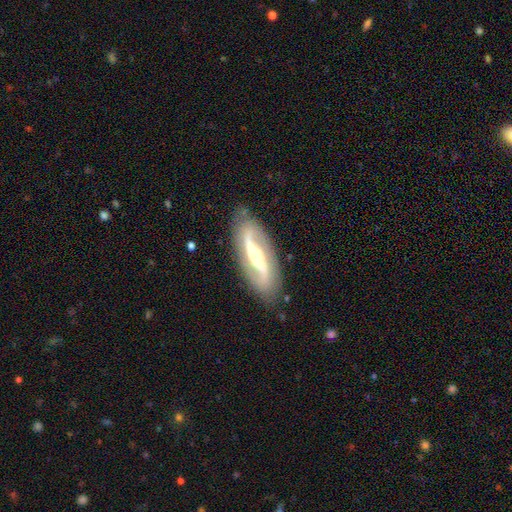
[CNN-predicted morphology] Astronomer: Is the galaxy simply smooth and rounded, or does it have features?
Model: featured or disk — 88%.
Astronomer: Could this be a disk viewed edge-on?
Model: no — 91%.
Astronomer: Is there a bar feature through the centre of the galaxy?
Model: strong — 56%.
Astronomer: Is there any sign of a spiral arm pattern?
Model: yes — 95%.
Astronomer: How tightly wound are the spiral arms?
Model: loose — 50% (runner-up: medium, 37%).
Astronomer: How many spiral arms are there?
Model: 2 — 93%.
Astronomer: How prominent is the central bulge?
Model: moderate — 60%.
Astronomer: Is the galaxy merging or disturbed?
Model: none — 84%.